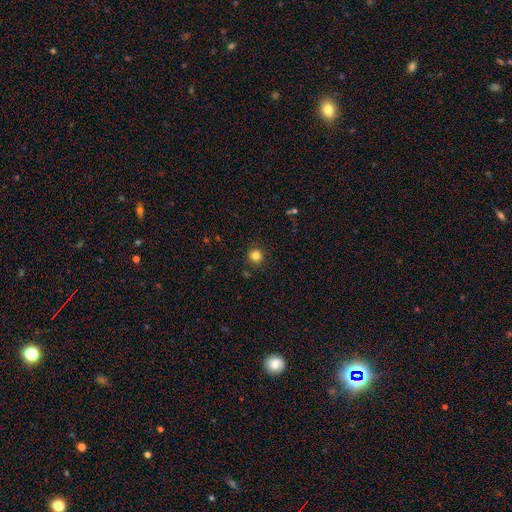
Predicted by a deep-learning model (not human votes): Smooth or featured? smooth (83%)
How rounded? round (94%)
Merging? none (90%)